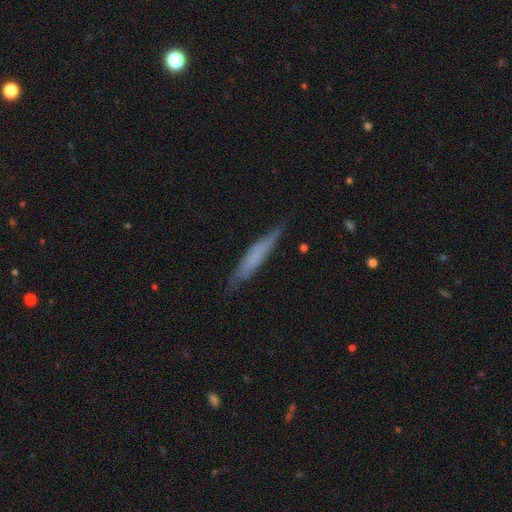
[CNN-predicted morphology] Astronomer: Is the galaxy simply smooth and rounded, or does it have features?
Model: smooth — 57% (runner-up: featured or disk, 36%).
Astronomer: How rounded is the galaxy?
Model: cigar-shaped — 92%.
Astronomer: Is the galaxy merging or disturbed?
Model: none — 80%.